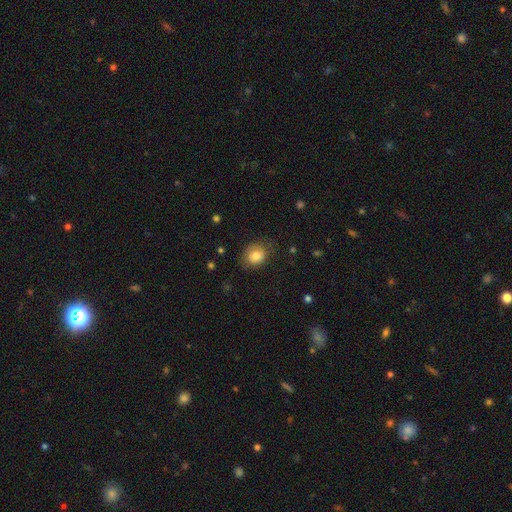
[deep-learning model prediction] Q: Smooth or featured?
A: smooth (80%); runner-up: featured or disk (11%)
Q: How rounded?
A: round (58%); runner-up: in between (42%)
Q: Merging?
A: none (70%); runner-up: minor disturbance (21%)